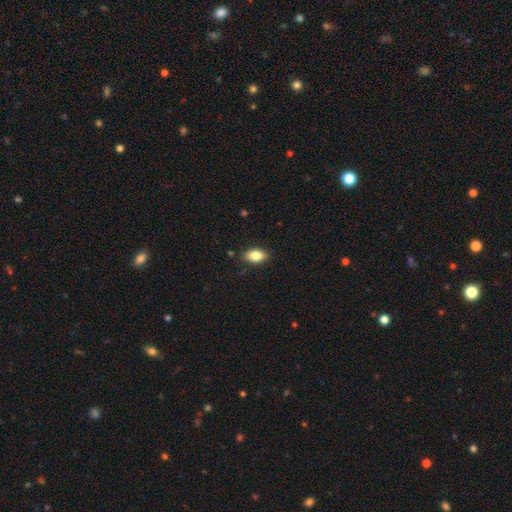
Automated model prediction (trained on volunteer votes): Overall: smooth (79%). How rounded: in between (89%). Merging: none (87%).